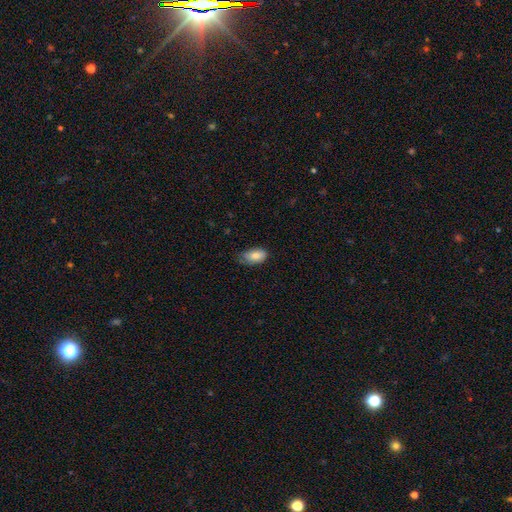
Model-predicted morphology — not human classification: A smooth galaxy with no disk features (83%) that is in between round and cigar-shaped (93%). Merging: none (58%).